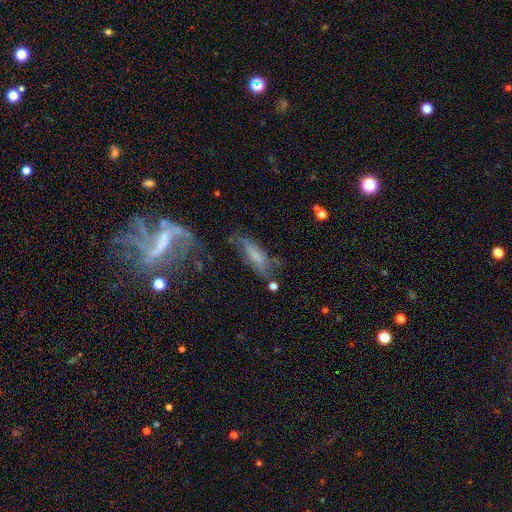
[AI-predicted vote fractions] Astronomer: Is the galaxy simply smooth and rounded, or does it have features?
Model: smooth — 46% (runner-up: featured or disk, 43%).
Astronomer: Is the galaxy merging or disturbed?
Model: none — 44% (runner-up: minor disturbance, 25%).